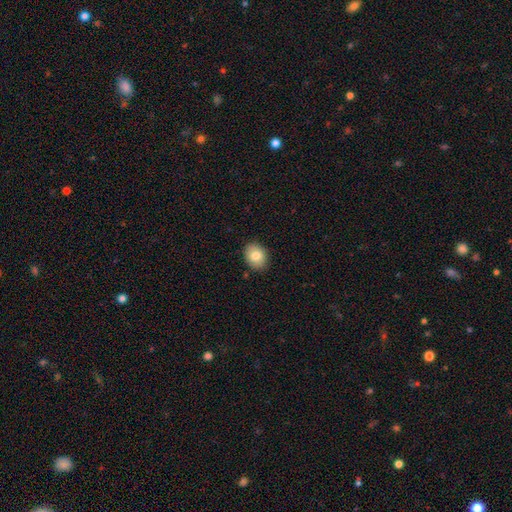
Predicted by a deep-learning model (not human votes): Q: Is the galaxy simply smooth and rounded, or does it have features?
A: smooth — 82%.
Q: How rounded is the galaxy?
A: in between — 61%.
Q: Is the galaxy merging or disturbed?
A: none — 88%.